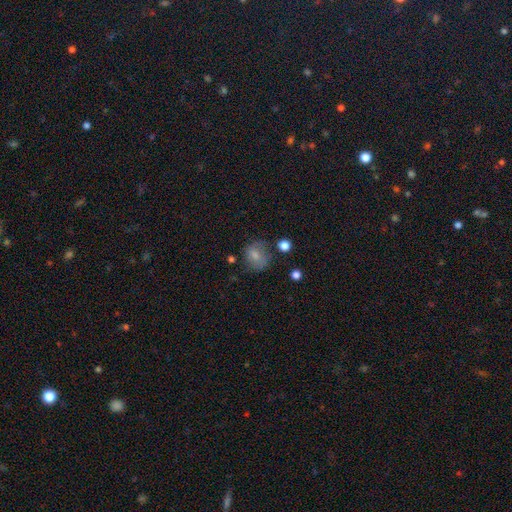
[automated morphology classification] smooth 73%, featured or disk 16%, star or artifact 11%. Down the decision tree: how rounded — round (64%); merging — none (62%).